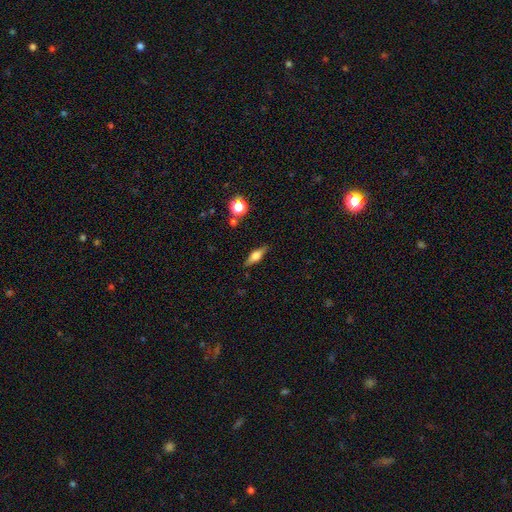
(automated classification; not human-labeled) A smooth galaxy with no disk features (48%).

Vote fractions:
- Smooth or featured? smooth: 48% / featured or disk: 43% / star or artifact: 9%
- Merging? none: 85% / minor disturbance: 10% / major disturbance: 3% / merger: 2%